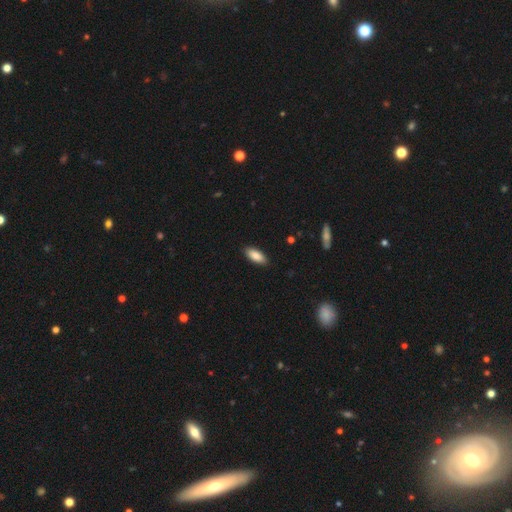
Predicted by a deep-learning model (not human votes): This appears to be a smooth galaxy with no disk features (87%) that is in between round and cigar-shaped (84%). Merging: none (88%).